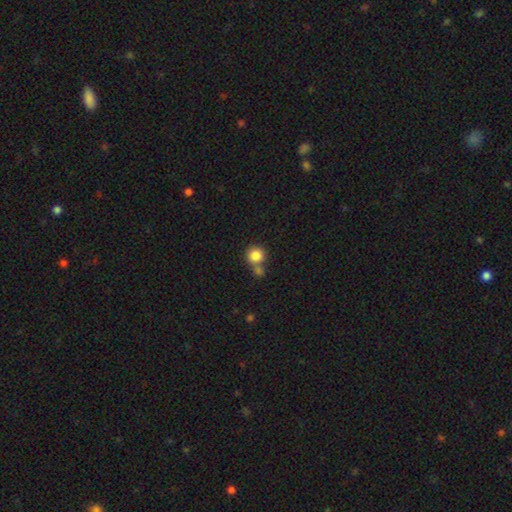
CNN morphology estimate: Q: Smooth or featured?
A: smooth (84%); runner-up: star or artifact (10%)
Q: How rounded?
A: round (92%); runner-up: in between (8%)
Q: Merging?
A: none (58%); runner-up: merger (30%)